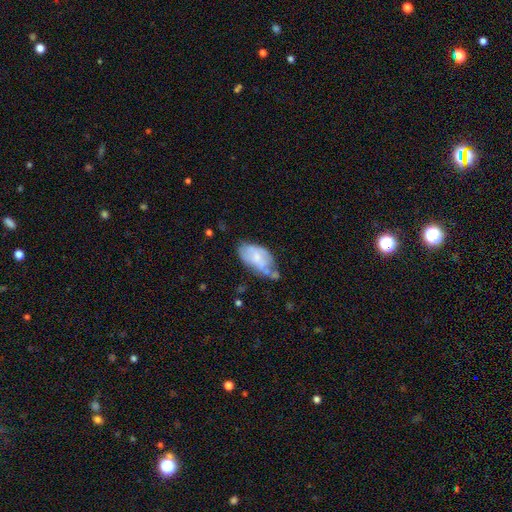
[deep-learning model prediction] Smooth or featured: smooth — 53% (featured or disk — 40%)
How rounded: in between — 93% (round — 4%)
Merging: minor disturbance — 36% (none — 33%)